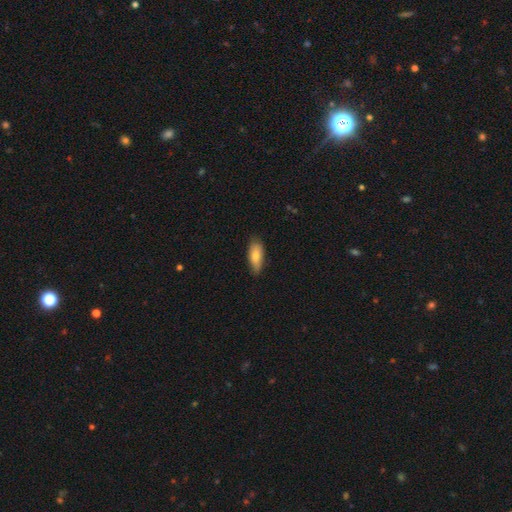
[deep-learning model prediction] A smooth galaxy with no disk features (79%) that is in between round and cigar-shaped (76%). Merging: none (72%).